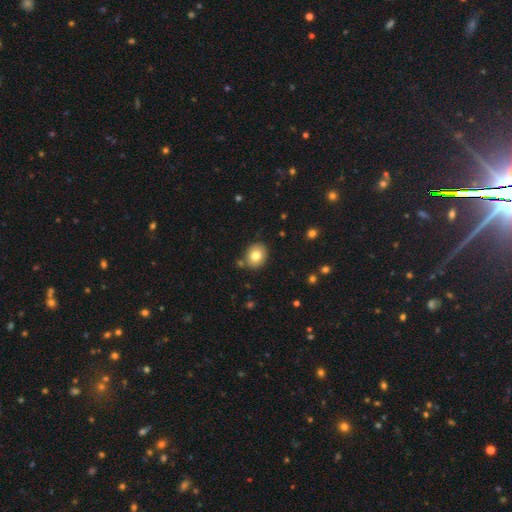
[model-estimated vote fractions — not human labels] Smooth or featured: smooth — 79% (featured or disk — 11%)
How rounded: round — 60% (in between — 39%)
Merging: none — 83% (minor disturbance — 10%)